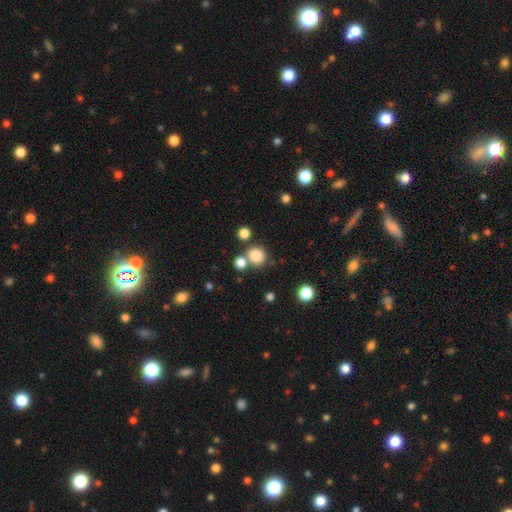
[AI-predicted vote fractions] Q: Smooth or featured?
A: smooth (83%); runner-up: star or artifact (12%)
Q: How rounded?
A: round (85%); runner-up: in between (14%)
Q: Merging?
A: none (68%); runner-up: merger (20%)